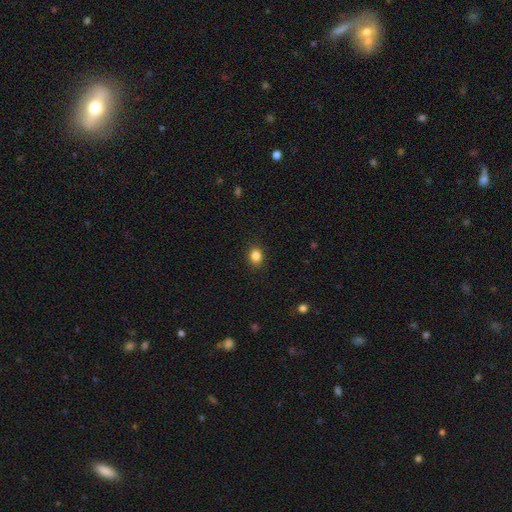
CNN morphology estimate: type=smooth (84%); roundness=round (58%); merging=none (89%).